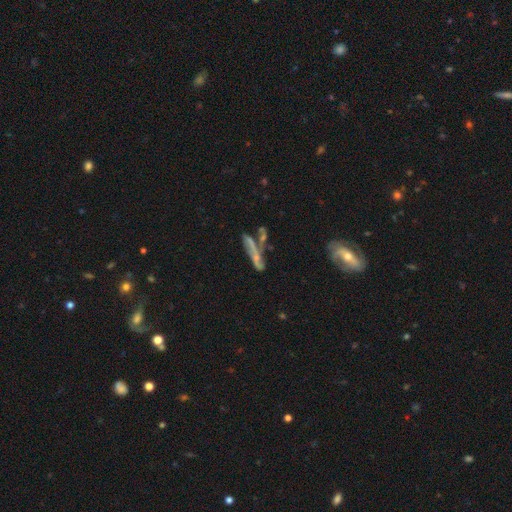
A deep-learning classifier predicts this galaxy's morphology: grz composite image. It shows a featured or disk galaxy (48%). Merging: none (37%).